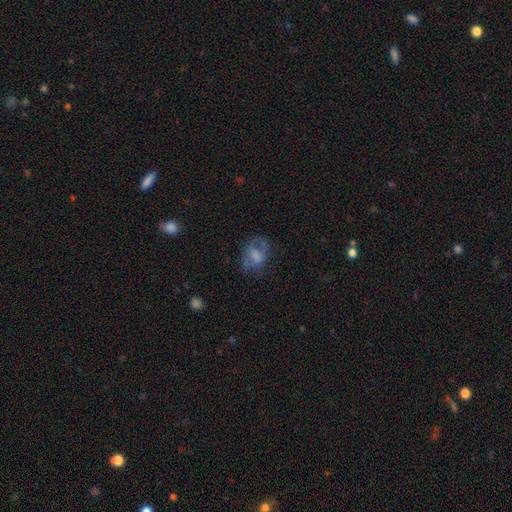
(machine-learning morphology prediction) Smooth or featured?
  - smooth: 46% *
  - featured or disk: 43%
  - star or artifact: 12%
Merging?
  - none: 43% *
  - major disturbance: 32%
  - minor disturbance: 23%
  - merger: 3%